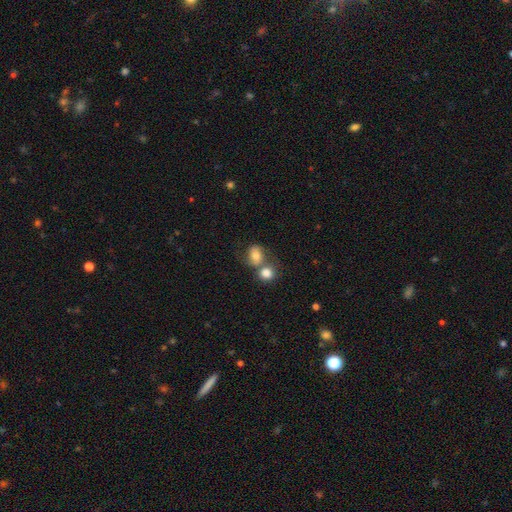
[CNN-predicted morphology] type=smooth (69%); roundness=round (54%); merging=merger (49%).